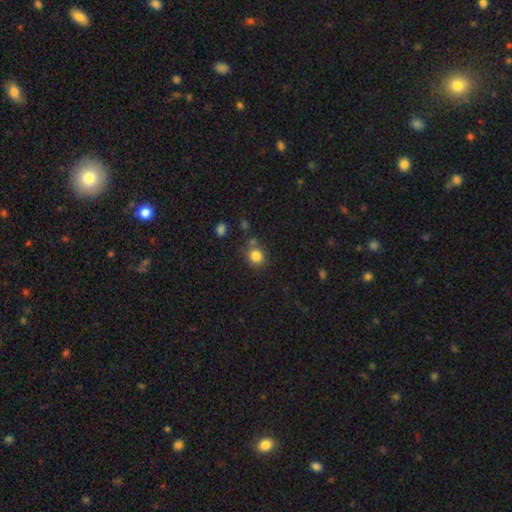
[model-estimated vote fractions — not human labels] A smooth galaxy with no disk features (82%) that is round (79%).

Vote fractions:
- Smooth or featured? smooth: 82% / star or artifact: 12% / featured or disk: 7%
- How rounded? round: 79% / in between: 20% / cigar-shaped: 1%
- Merging? none: 71% / minor disturbance: 14% / merger: 11% / major disturbance: 4%